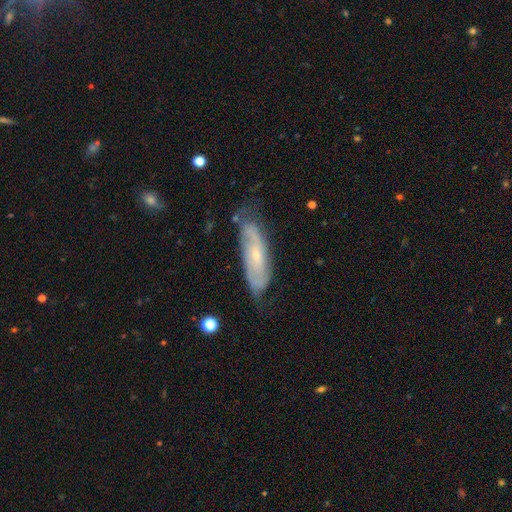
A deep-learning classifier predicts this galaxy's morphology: featured or disk 68%, smooth 26%, star or artifact 7%. Down the decision tree: edge-on disk — no (80%); bar — no (61%); spiral arms — yes (87%); bulge size — small (69%); merging — none (62%).